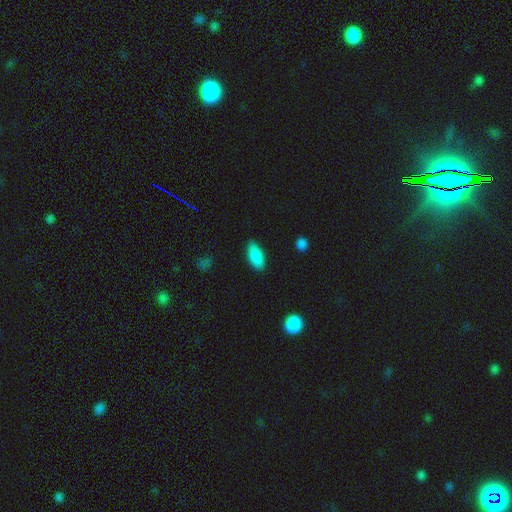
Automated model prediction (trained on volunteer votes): This appears to be a smooth galaxy with no disk features (89%) that is in between round and cigar-shaped (88%). Merging: none (86%).